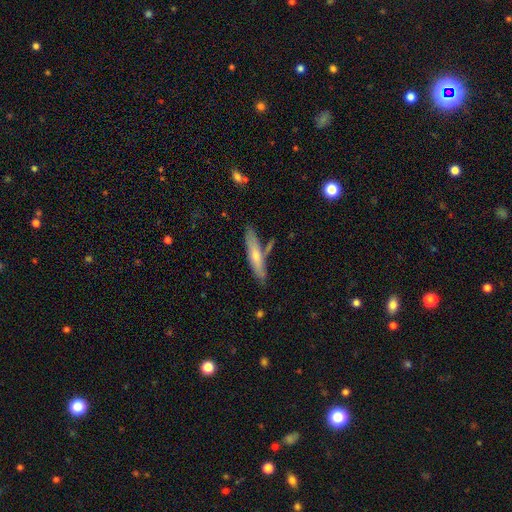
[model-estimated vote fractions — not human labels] Overall: smooth (53%; featured or disk 40%). How rounded: cigar-shaped (84%). Merging: none (74%).